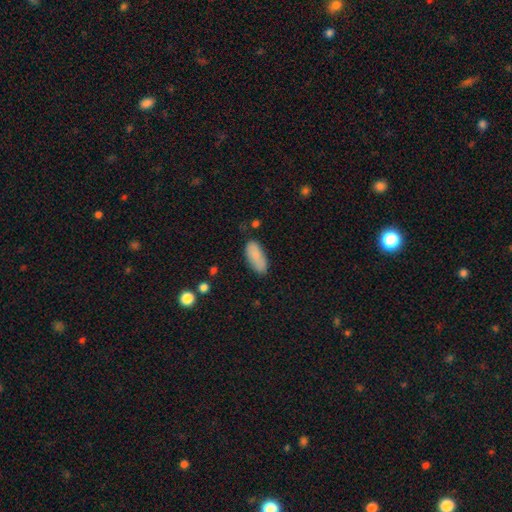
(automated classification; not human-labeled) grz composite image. It shows a smooth galaxy with no disk features (86%) that is in between round and cigar-shaped (86%). Merging: none (76%).